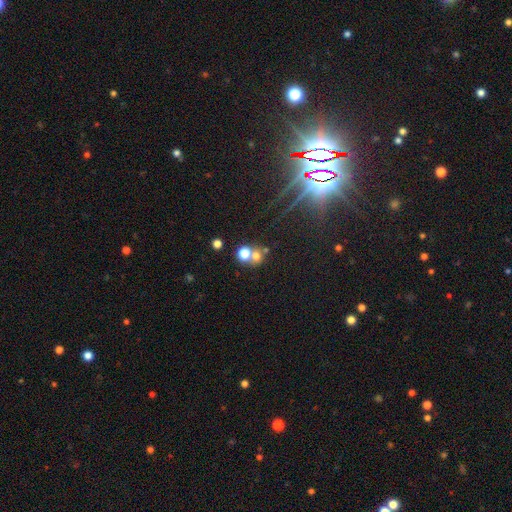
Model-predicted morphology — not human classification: Q: Smooth or featured?
A: smooth (64%); runner-up: star or artifact (22%)
Q: How rounded?
A: round (82%); runner-up: in between (17%)
Q: Merging?
A: none (47%); runner-up: merger (42%)